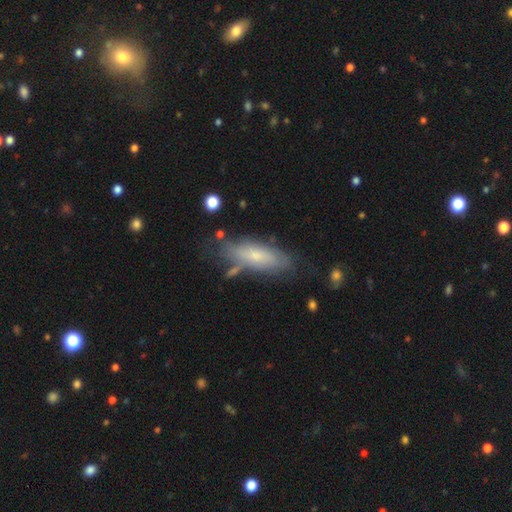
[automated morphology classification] Smooth or featured? smooth (58%)
How rounded? in between (57%)
Merging? none (65%)